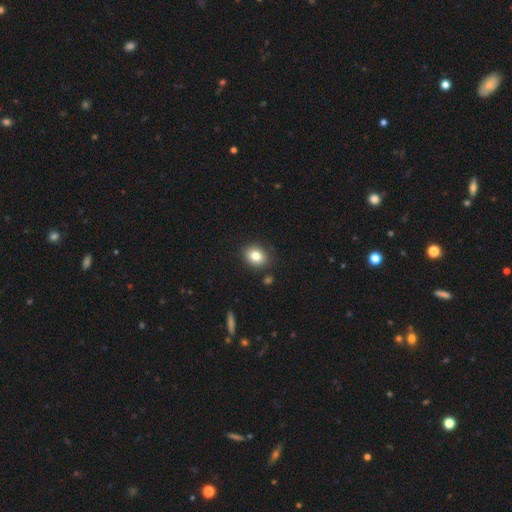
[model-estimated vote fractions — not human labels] Smooth or featured?
  - smooth: 81% *
  - star or artifact: 10%
  - featured or disk: 9%
How rounded?
  - in between: 51% *
  - round: 48%
  - cigar-shaped: 1%
Merging?
  - none: 86% *
  - minor disturbance: 10%
  - merger: 2%
  - major disturbance: 2%